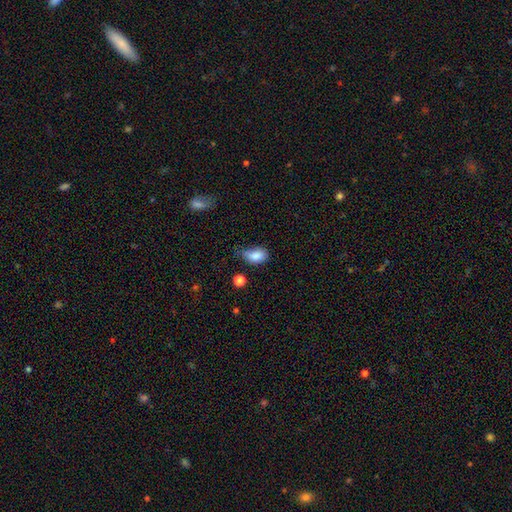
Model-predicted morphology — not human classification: Smooth or featured? Predicted: smooth (p=0.85). How rounded? Predicted: in between (p=0.88). Merging? Predicted: minor disturbance (p=0.42, tied with none).